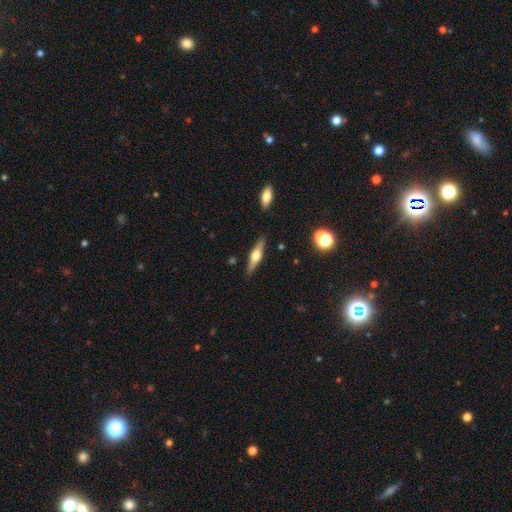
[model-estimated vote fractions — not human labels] Smooth or featured? Predicted: featured or disk (p=0.64). Edge-on disk? Predicted: yes (p=0.96). Edge-on bulge? Predicted: rounded (p=0.93). Merging? Predicted: none (p=0.88).